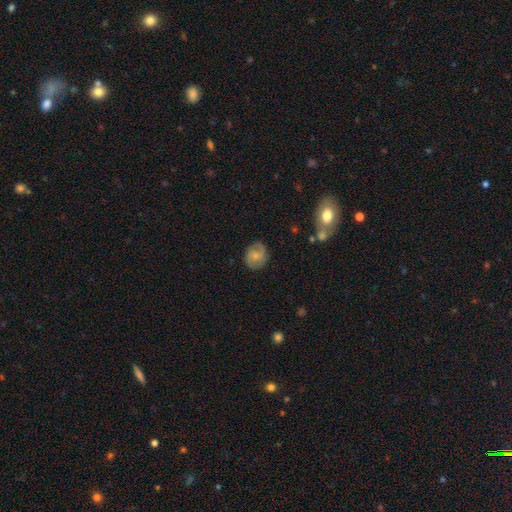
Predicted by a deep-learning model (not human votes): Overall: smooth (50%; featured or disk 42%). Merging: none (76%).